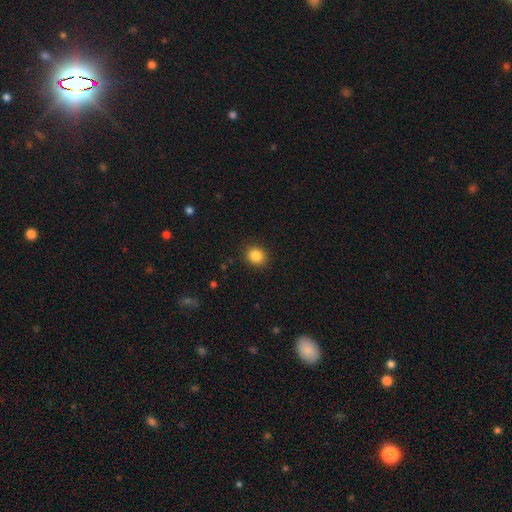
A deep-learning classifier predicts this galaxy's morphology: Smooth or featured? smooth (86%)
How rounded? round (74%)
Merging? none (89%)